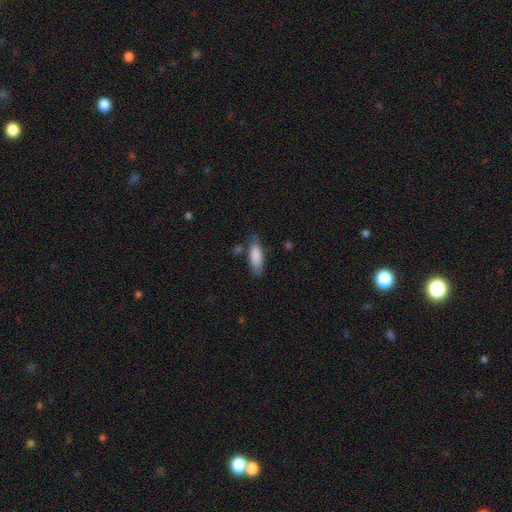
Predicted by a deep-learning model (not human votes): smooth_or_featured: smooth (p=0.83) [alt: featured or disk p=0.11]
how_rounded: in between (p=0.62) [alt: cigar-shaped p=0.36]
merging: none (p=0.67) [alt: minor disturbance p=0.22]